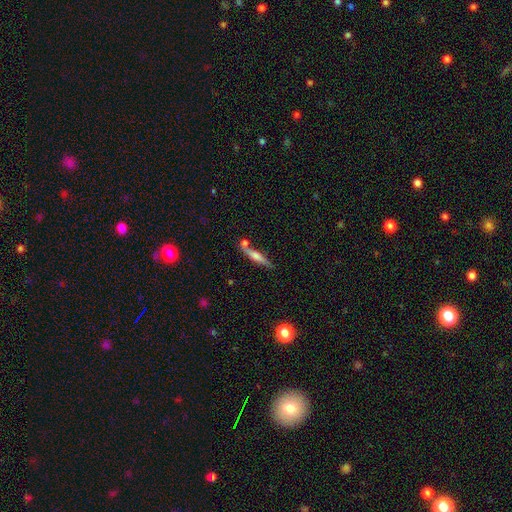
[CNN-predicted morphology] type=featured or disk (48%); merging=none (65%).